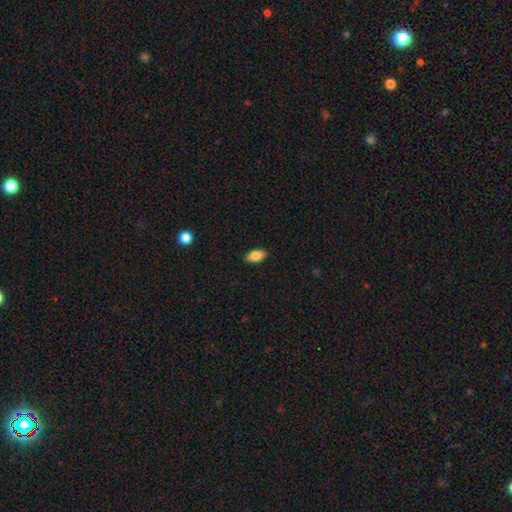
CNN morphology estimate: smooth-or-featured: smooth: 84% | featured or disk: 9% | star or artifact: 7%
  how-rounded: in between: 92% | cigar-shaped: 4% | round: 4%
  merging: none: 89% | minor disturbance: 8% | major disturbance: 2% | merger: 1%